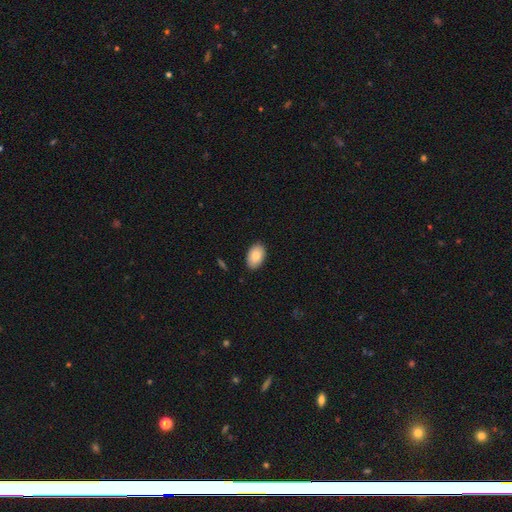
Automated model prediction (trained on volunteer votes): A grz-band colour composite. It shows a smooth galaxy with no disk features (83%) that is in between round and cigar-shaped (92%). Merging: none (89%).